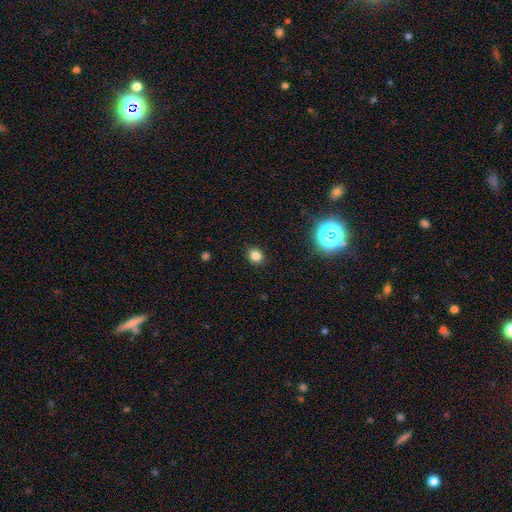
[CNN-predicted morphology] A smooth galaxy with no disk features (80%) that is round (67%). Merging: none (90%).